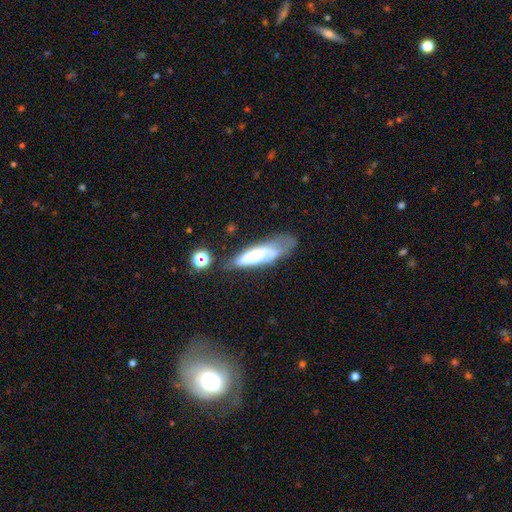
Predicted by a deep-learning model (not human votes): This is possibly a smooth galaxy (48%). Merging: marginally none (41%).